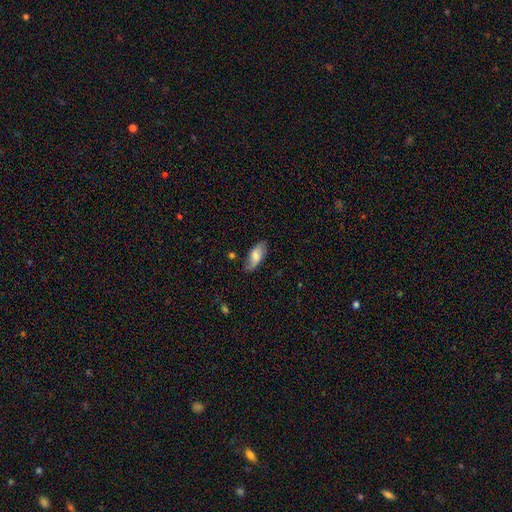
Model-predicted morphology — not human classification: Smooth or featured? smooth (67%)
How rounded? in between (86%)
Merging? none (74%)